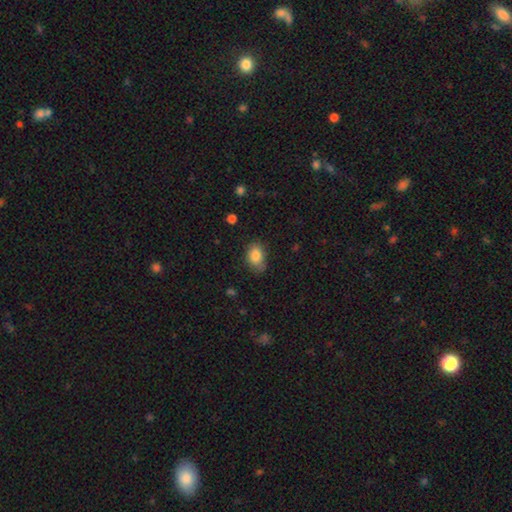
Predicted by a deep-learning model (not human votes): A smooth galaxy with no disk features (84%) that is in between round and cigar-shaped (80%).

Vote fractions:
- Smooth or featured? smooth: 84% / star or artifact: 8% / featured or disk: 8%
- How rounded? in between: 80% / round: 19% / cigar-shaped: 1%
- Merging? none: 69% / minor disturbance: 24% / major disturbance: 5% / merger: 2%